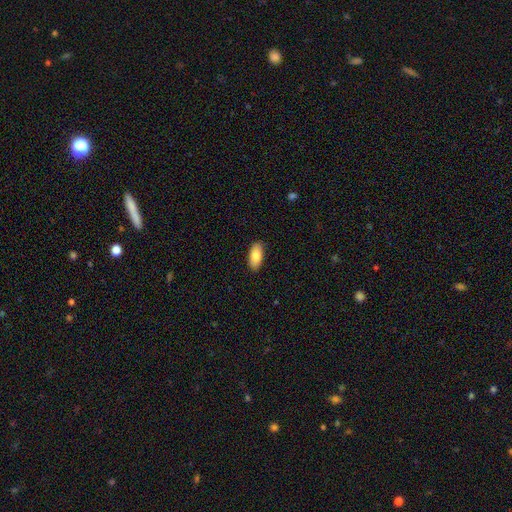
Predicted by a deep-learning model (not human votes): Overall: smooth (84%). How rounded: in between (89%). Merging: none (89%).